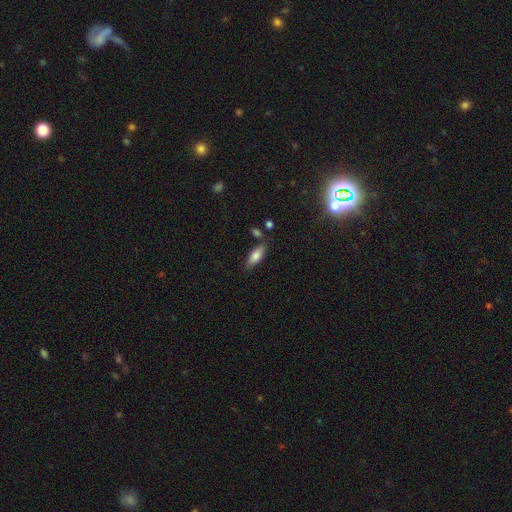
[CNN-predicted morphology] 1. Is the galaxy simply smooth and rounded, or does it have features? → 79% smooth, 14% featured or disk, 7% star or artifact.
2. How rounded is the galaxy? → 74% in between, 23% cigar-shaped, 2% round.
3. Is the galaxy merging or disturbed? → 76% none, 14% minor disturbance, 6% merger, 3% major disturbance.